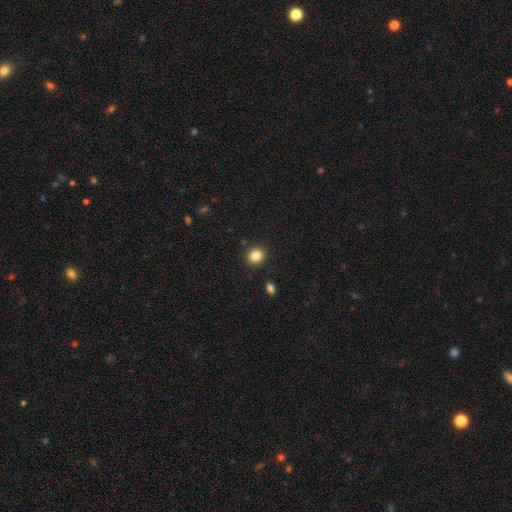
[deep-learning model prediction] Smooth or featured? Predicted: smooth (p=0.84). How rounded? Predicted: round (p=0.79). Merging? Predicted: none (p=0.88).